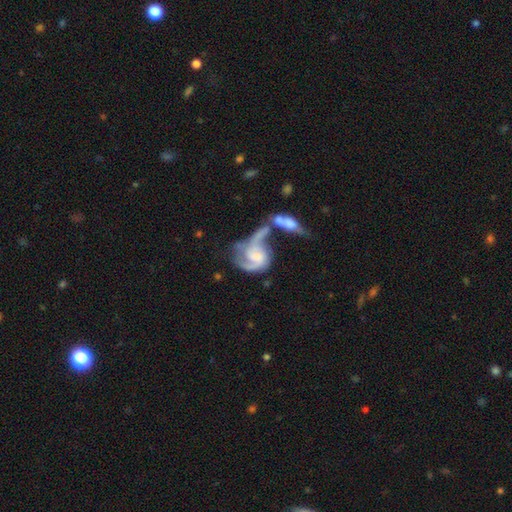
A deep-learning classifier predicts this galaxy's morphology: The model was most divided on "bulge size": small: 32%, moderate: 30%, none: 29%, large: 7%, dominant: 2%. Remaining: edge-on disk — no (97%); spiral arms — yes (92%); smooth or featured — featured or disk (81%); spiral arm count — 2 (70%); merging — merger (51%); bar — no (51%); spiral winding — medium (43%).